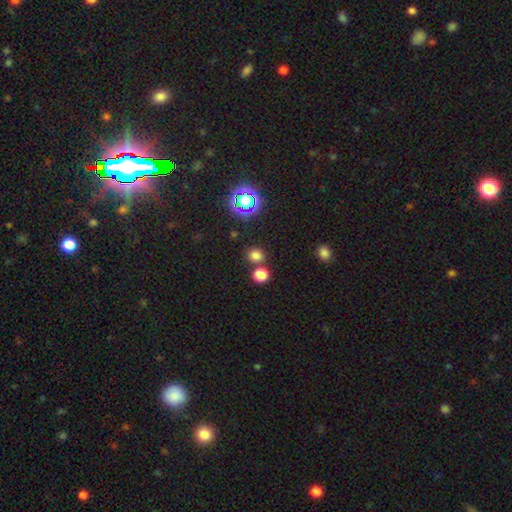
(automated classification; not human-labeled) The model was most divided on "merging": none: 70%, merger: 19%, minor disturbance: 7%, major disturbance: 3%. More confident: how rounded — round (80%); smooth or featured — smooth (74%).